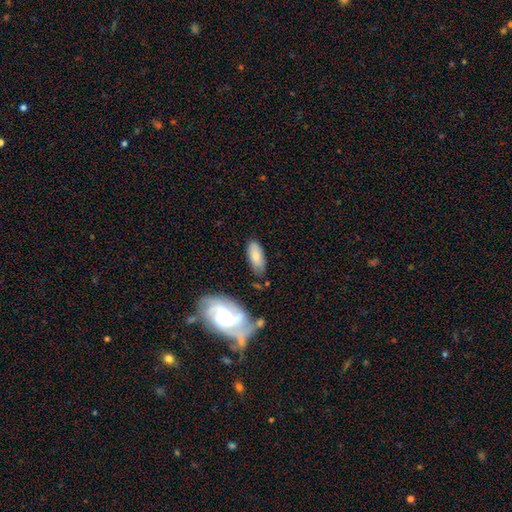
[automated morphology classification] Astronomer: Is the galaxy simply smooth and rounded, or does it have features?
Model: smooth — 76%.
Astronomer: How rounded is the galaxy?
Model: in between — 80%.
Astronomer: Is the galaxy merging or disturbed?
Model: none — 74%.